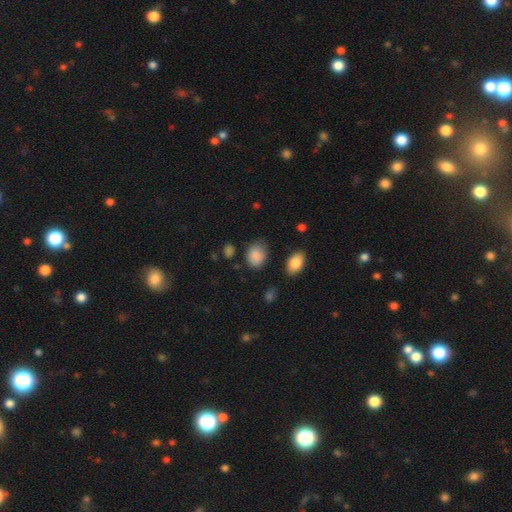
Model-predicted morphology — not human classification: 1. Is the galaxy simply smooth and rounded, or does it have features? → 87% smooth, 8% star or artifact, 5% featured or disk.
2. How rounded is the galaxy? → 67% in between, 32% round, 1% cigar-shaped.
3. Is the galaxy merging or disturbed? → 70% none, 23% minor disturbance, 5% major disturbance, 3% merger.